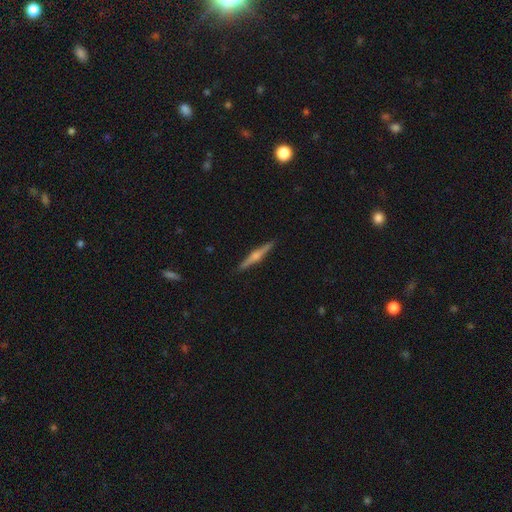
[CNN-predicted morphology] Smooth or featured: featured or disk — 78% (smooth — 17%)
Edge-on disk: yes — 98% (no — 2%)
Edge-on bulge: rounded — 85% (boxy — 9%)
Merging: none — 91% (minor disturbance — 6%)